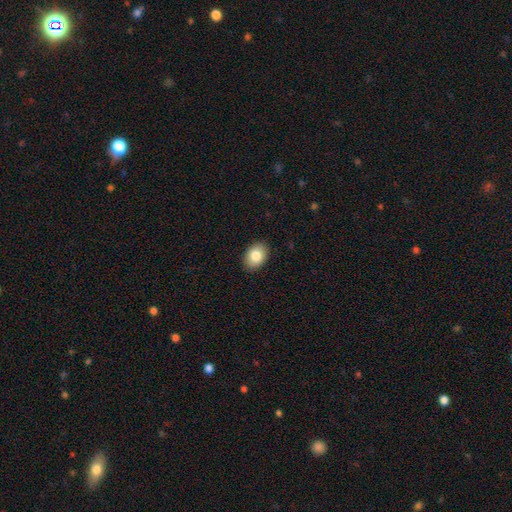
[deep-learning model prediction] This appears to be a smooth galaxy with no disk features (85%) that is in between round and cigar-shaped (77%). Merging: none (90%).